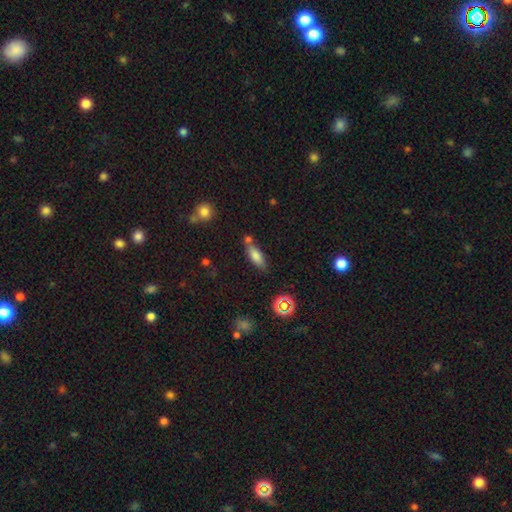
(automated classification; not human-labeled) A smooth galaxy with no disk features (77%) that is in between round and cigar-shaped (68%).

Vote fractions:
- Smooth or featured? smooth: 77% / featured or disk: 13% / star or artifact: 10%
- How rounded? in between: 68% / cigar-shaped: 28% / round: 3%
- Merging? none: 59% / merger: 20% / minor disturbance: 16% / major disturbance: 4%